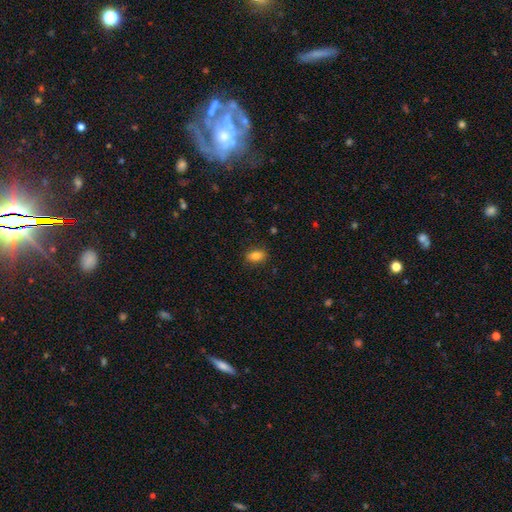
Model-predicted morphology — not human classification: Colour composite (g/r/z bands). It shows a smooth galaxy with no disk features (84%) that is in between round and cigar-shaped (86%). Merging: none (87%).